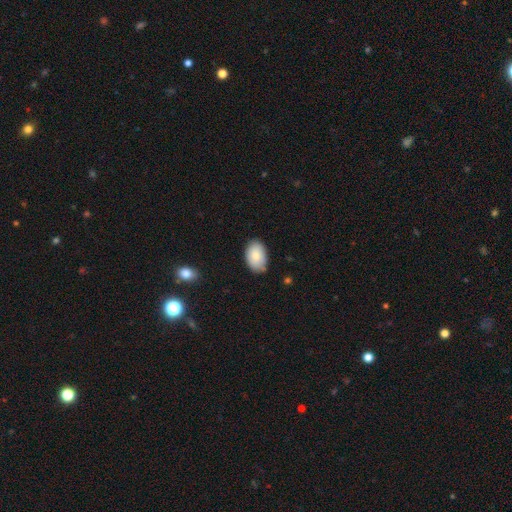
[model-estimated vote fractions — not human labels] Overall: smooth (83%). How rounded: in between (91%). Merging: none (81%).